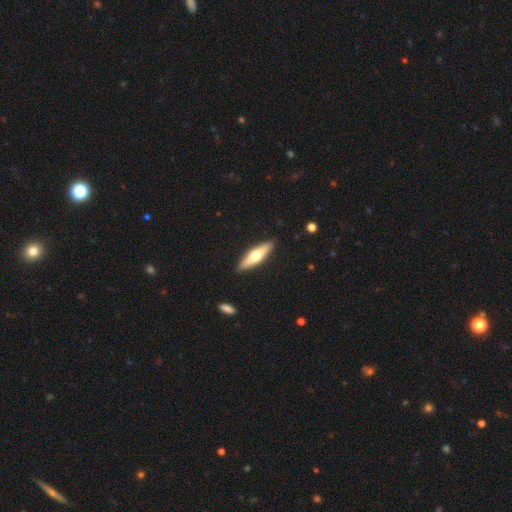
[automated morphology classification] A featured or disk galaxy (48%). Merging: none (90%).